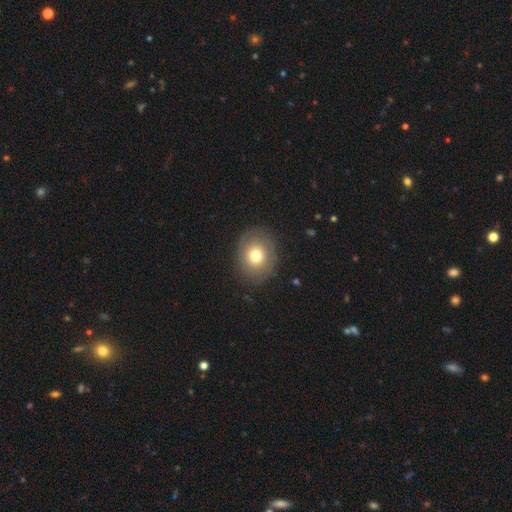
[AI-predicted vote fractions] The model was most divided on "how rounded": round: 56%, in between: 43%, cigar-shaped: 1%. More confident: merging — none (83%); smooth or featured — smooth (69%).